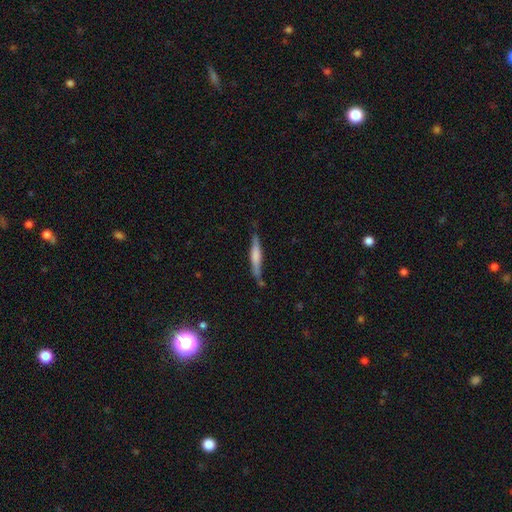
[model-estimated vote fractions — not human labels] Smooth or featured? smooth (56%)
How rounded? cigar-shaped (91%)
Merging? none (72%)